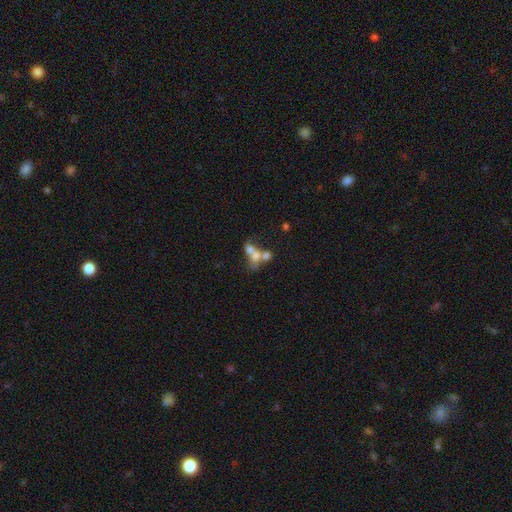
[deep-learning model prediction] Smooth or featured? Predicted: smooth (p=0.53). How rounded? Predicted: in between (p=0.55). Merging? Predicted: merger (p=0.67).